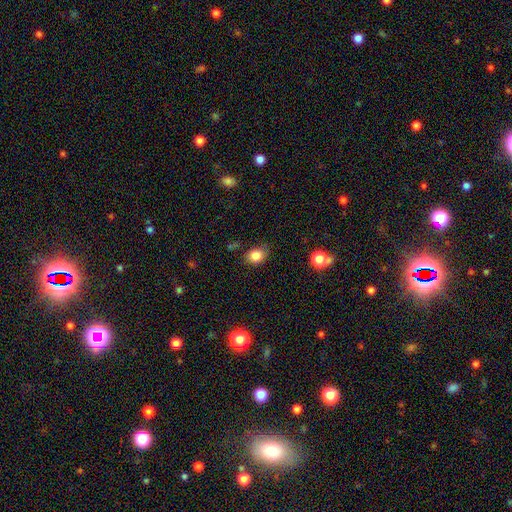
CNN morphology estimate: A smooth galaxy with no disk features (84%) that is in between round and cigar-shaped (50%).

Vote fractions:
- Smooth or featured? smooth: 84% / star or artifact: 11% / featured or disk: 6%
- How rounded? in between: 50% / round: 49% / cigar-shaped: 1%
- Merging? none: 77% / minor disturbance: 17% / major disturbance: 4% / merger: 2%